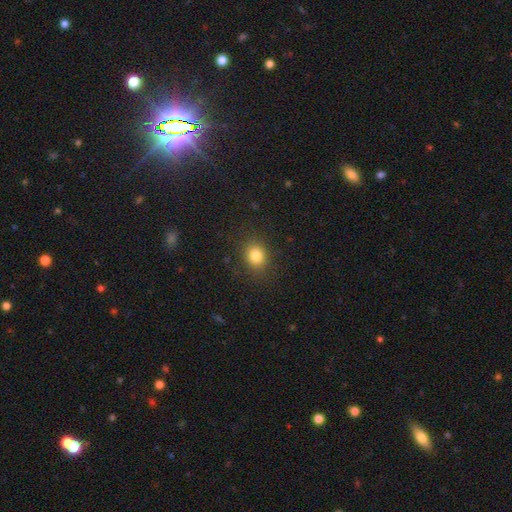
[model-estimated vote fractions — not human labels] Overall: smooth (82%). How rounded: round (68%; in between 31%). Merging: none (86%).